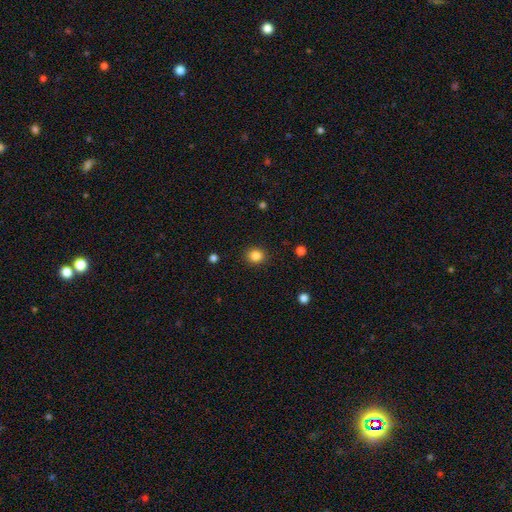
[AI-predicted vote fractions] This is clearly a smooth galaxy (84%). How rounded: likely round (79%). Merging: clearly none (90%).